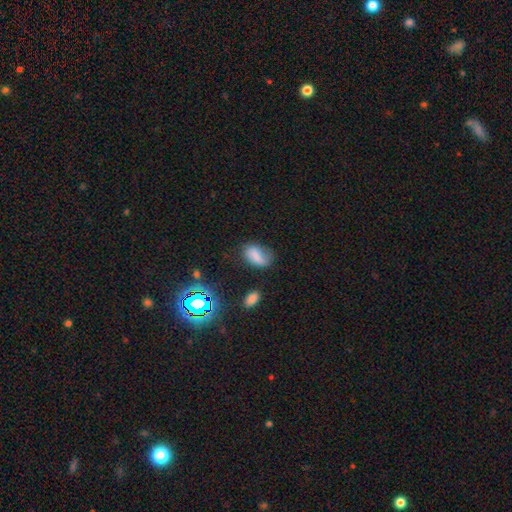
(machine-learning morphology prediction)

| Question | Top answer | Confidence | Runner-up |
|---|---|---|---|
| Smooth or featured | smooth | 75% | star or artifact (14%) |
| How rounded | in between | 88% | round (10%) |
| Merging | none | 54% | minor disturbance (29%) |